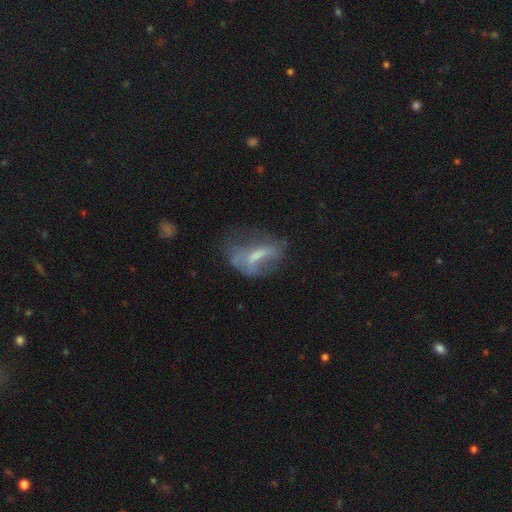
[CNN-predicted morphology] A featured or disk galaxy (52%).

Vote fractions:
- Smooth or featured? featured or disk: 52% / smooth: 38% / star or artifact: 10%
- Edge-on disk? no: 91% / yes: 9%
- Merging? none: 37% / major disturbance: 34% / minor disturbance: 25% / merger: 4%